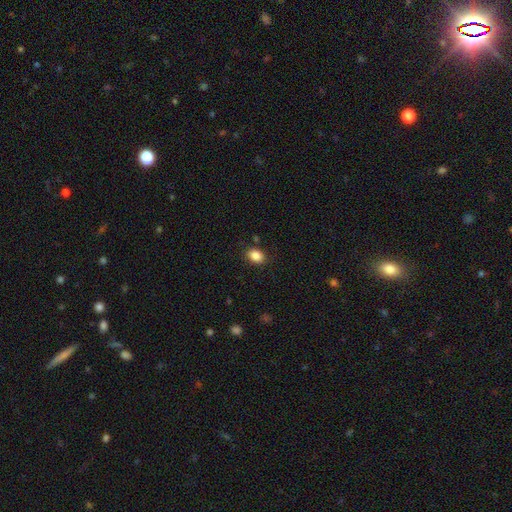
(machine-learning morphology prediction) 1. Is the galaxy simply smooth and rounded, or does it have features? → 87% smooth, 9% star or artifact, 4% featured or disk.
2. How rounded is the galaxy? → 71% in between, 28% round, 1% cigar-shaped.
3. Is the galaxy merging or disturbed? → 86% none, 10% minor disturbance, 3% major disturbance, 2% merger.